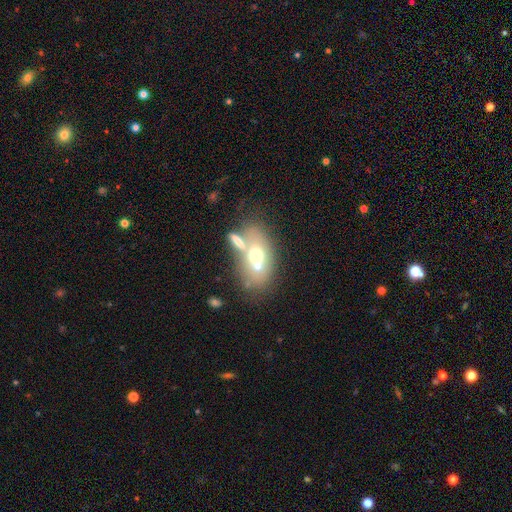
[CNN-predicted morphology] The model was most divided on "smooth or featured": smooth: 48%, featured or disk: 40%, star or artifact: 12%. Remaining: merging — merger (48%).